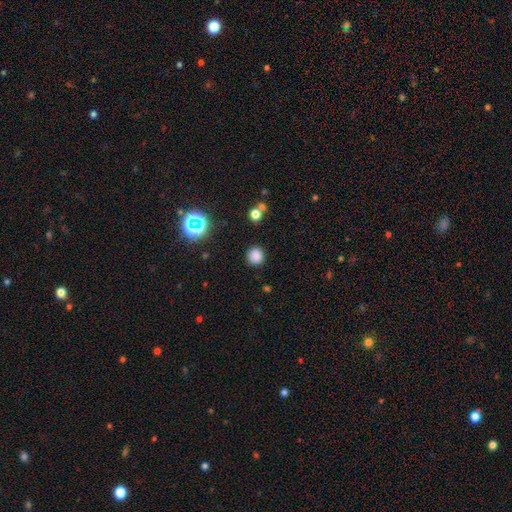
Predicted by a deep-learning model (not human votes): Smooth or featured?
  - smooth: 80% *
  - star or artifact: 15%
  - featured or disk: 5%
How rounded?
  - round: 88% *
  - in between: 11%
  - cigar-shaped: 1%
Merging?
  - none: 86% *
  - minor disturbance: 9%
  - major disturbance: 3%
  - merger: 2%